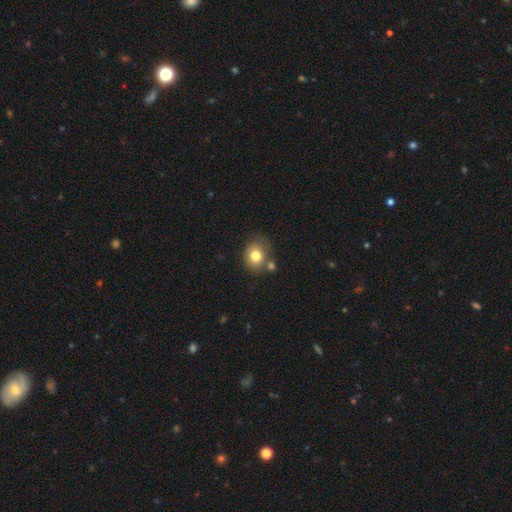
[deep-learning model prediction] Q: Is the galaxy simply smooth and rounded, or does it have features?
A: smooth — 77%.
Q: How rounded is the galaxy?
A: round — 60%.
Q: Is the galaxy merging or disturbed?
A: none — 60%.